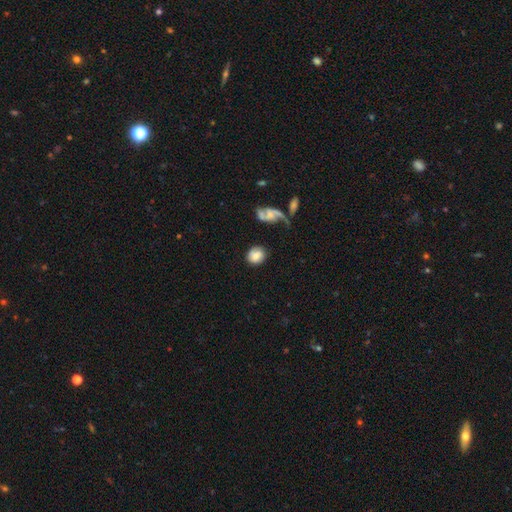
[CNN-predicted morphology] This is likely a smooth galaxy (72%). How rounded: likely round (73%). Merging: likely none (69%).